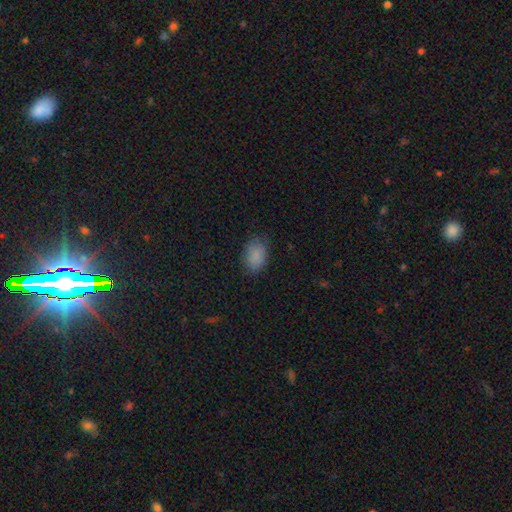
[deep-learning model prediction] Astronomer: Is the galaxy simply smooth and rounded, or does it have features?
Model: smooth — 87%.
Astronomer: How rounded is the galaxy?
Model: in between — 82%.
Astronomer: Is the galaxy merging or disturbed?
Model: none — 81%.